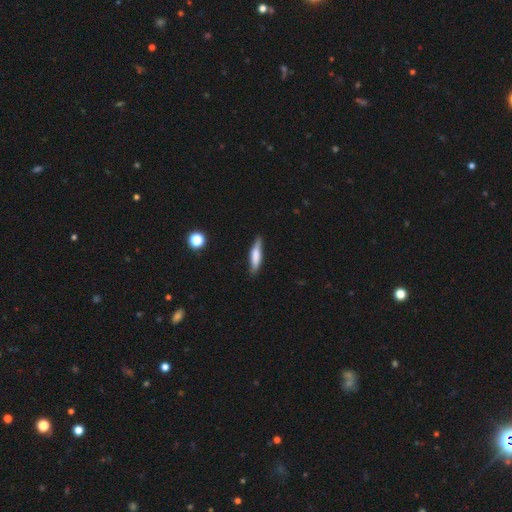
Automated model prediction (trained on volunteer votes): This is likely a smooth galaxy (66%). How rounded: clearly cigar-shaped (82%). Merging: clearly none (81%).